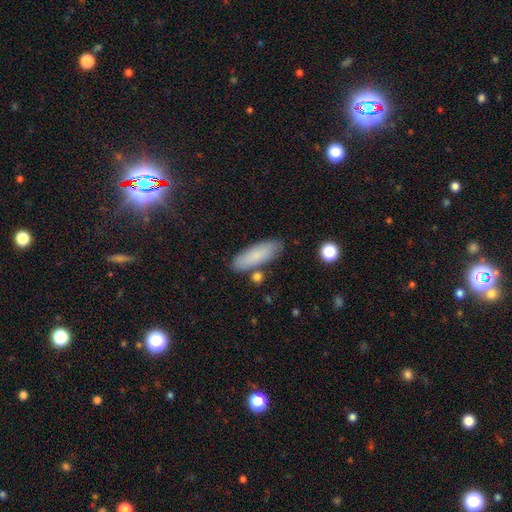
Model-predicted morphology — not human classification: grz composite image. It shows a smooth galaxy with no disk features (82%) that is in between round and cigar-shaped (52%). Merging: none (81%).